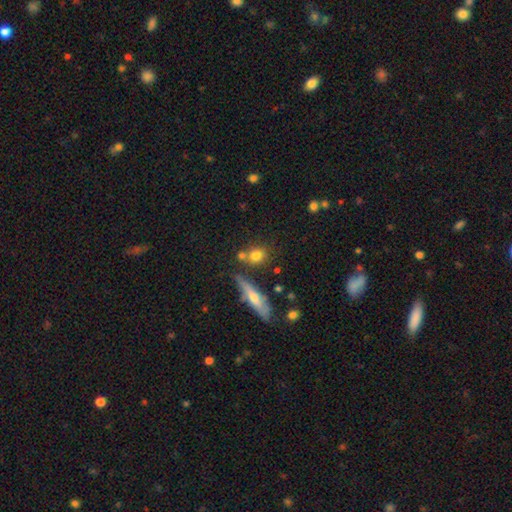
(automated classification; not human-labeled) Q: Smooth or featured?
A: smooth (75%); runner-up: featured or disk (14%)
Q: How rounded?
A: round (55%); runner-up: in between (34%)
Q: Merging?
A: none (67%); runner-up: merger (16%)